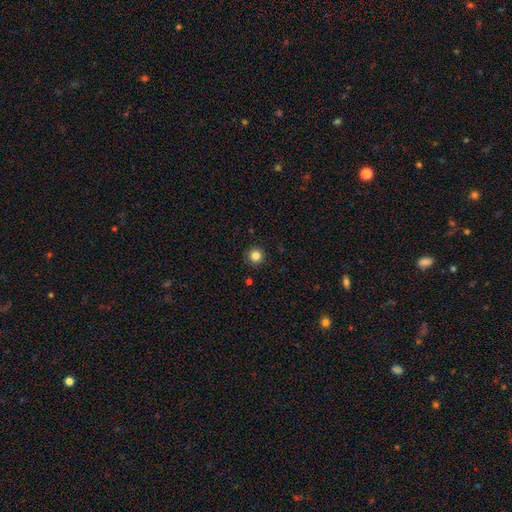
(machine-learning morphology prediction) Overall: smooth (84%). How rounded: round (96%). Merging: none (92%).